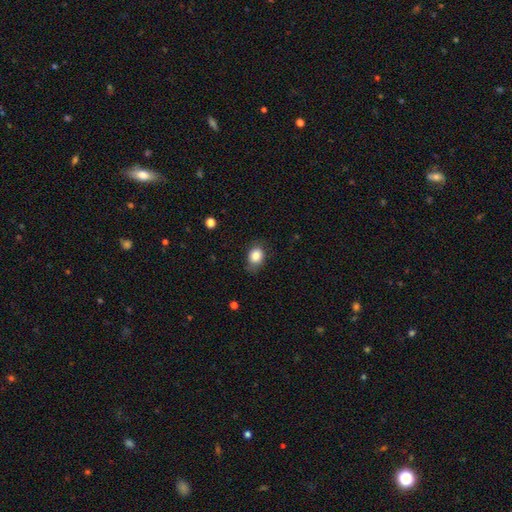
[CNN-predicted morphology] This appears to be a smooth galaxy with no disk features (84%) that is in between round and cigar-shaped (60%). Merging: none (70%).